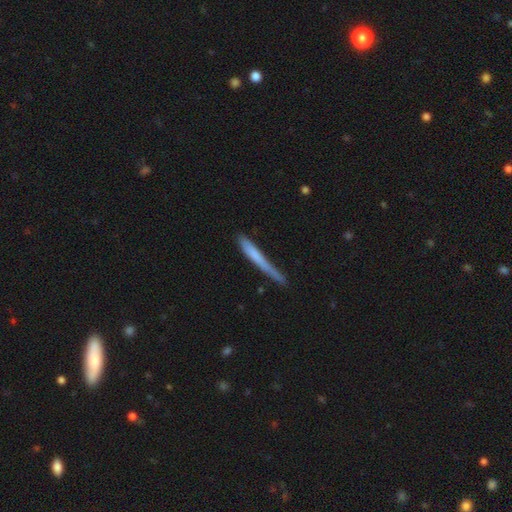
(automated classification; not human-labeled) Overall: smooth (62%; featured or disk 31%). How rounded: cigar-shaped (96%). Merging: none (62%; minor disturbance 27%).